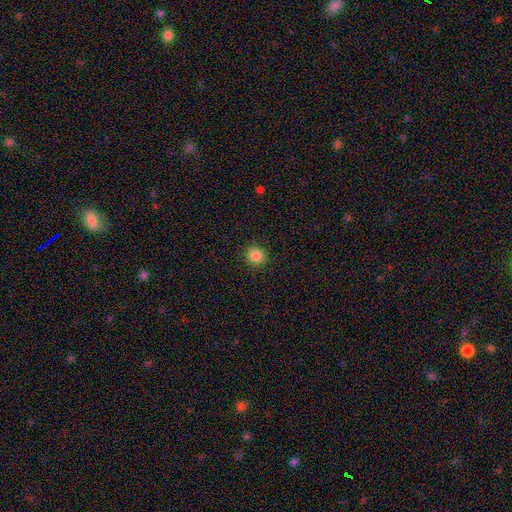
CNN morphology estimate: smooth_or_featured: smooth (p=0.85) [alt: star or artifact p=0.11]
how_rounded: round (p=0.92) [alt: in between p=0.07]
merging: none (p=0.91) [alt: minor disturbance p=0.06]